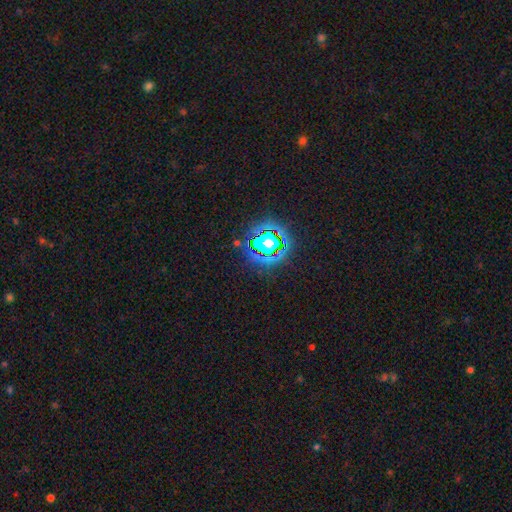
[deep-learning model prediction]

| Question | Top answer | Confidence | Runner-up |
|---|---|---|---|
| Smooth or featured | star or artifact | 82% | smooth (12%) |